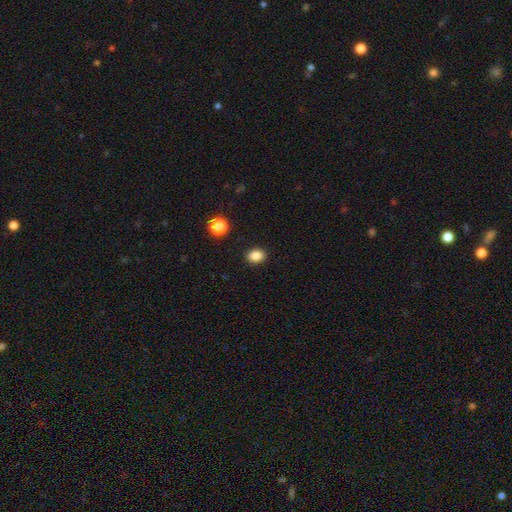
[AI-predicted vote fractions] A smooth galaxy with no disk features (84%) that is in between round and cigar-shaped (56%). Merging: none (90%).